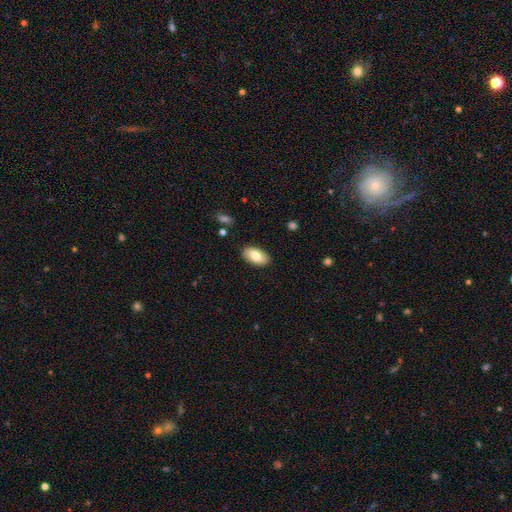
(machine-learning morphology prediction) Smooth or featured? smooth (80%)
How rounded? in between (95%)
Merging? none (88%)